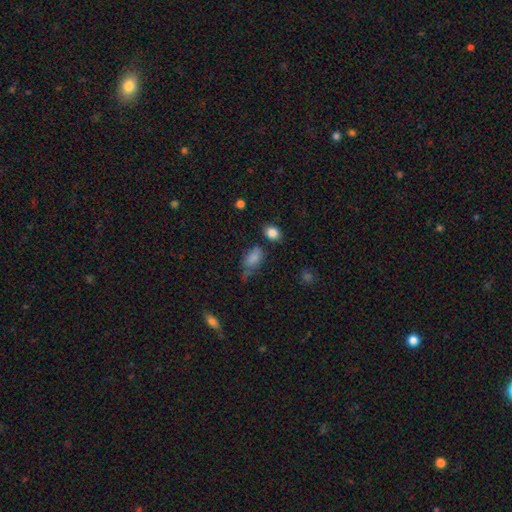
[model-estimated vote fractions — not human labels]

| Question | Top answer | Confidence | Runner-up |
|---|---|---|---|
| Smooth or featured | smooth | 76% | star or artifact (13%) |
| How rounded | in between | 85% | round (9%) |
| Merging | none | 41% | minor disturbance (36%) |